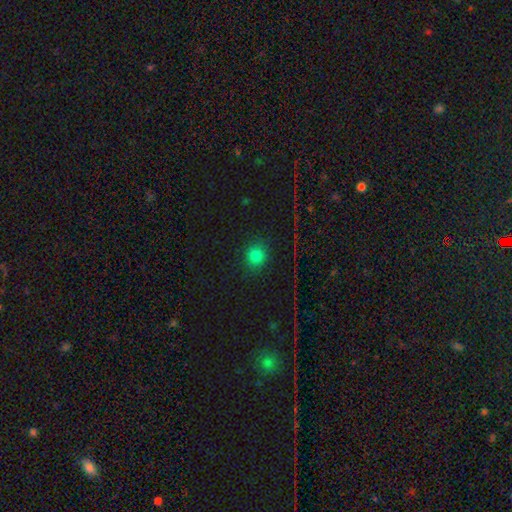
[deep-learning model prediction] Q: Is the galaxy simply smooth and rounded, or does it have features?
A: smooth — 77%.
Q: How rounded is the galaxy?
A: round — 83%.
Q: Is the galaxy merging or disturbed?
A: none — 87%.